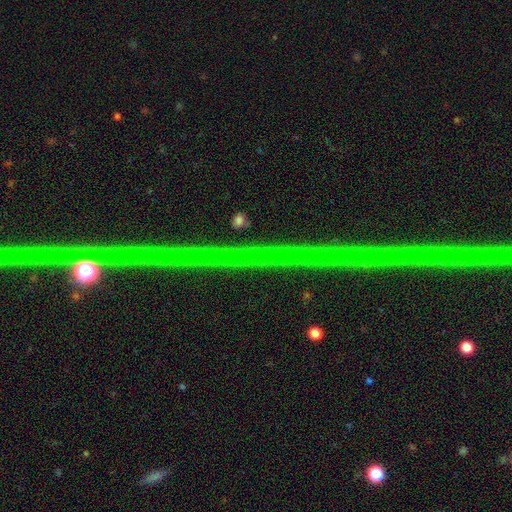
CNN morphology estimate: Q: Smooth or featured?
A: star or artifact (87%); runner-up: featured or disk (9%)